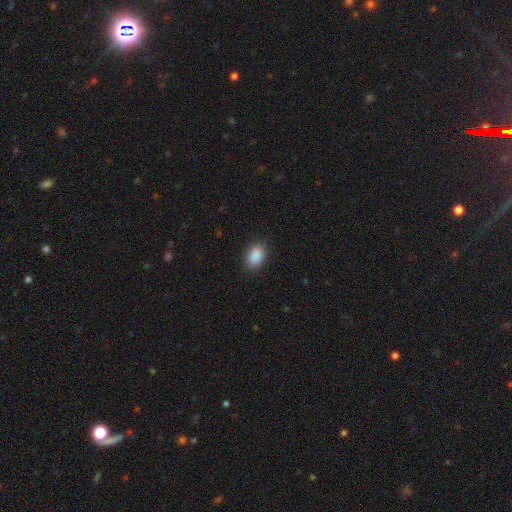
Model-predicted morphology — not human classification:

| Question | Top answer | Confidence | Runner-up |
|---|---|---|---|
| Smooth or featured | smooth | 90% | star or artifact (7%) |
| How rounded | in between | 85% | round (14%) |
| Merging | none | 85% | minor disturbance (11%) |